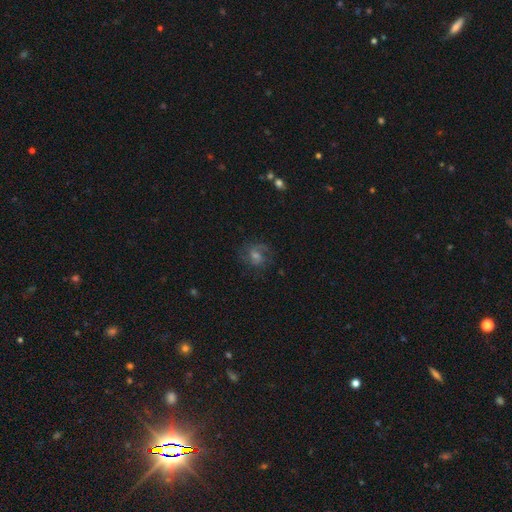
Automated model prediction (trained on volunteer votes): Smooth or featured: featured or disk — 61% (smooth — 21%)
Edge-on disk: no — 97% (yes — 3%)
Bar: no — 47% (weak — 44%)
Spiral arms: yes — 90% (no — 10%)
Spiral winding: medium — 49% (tight — 32%)
Spiral arm count: 2 — 59% (can't tell — 20%)
Bulge size: moderate — 46% (small — 36%)
Merging: none — 73% (minor disturbance — 15%)